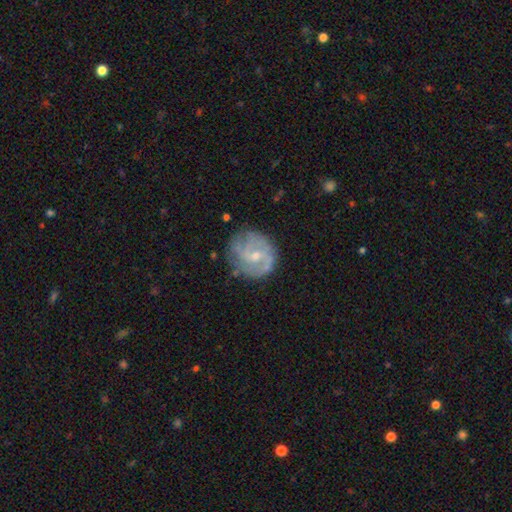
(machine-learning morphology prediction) Smooth or featured? featured or disk (78%)
Edge-on disk? no (98%)
Bar? weak (49%)
Spiral arms? yes (91%)
Spiral winding? medium (46%)
Spiral arm count? 2 (47%)
Bulge size? small (60%)
Merging? none (67%)